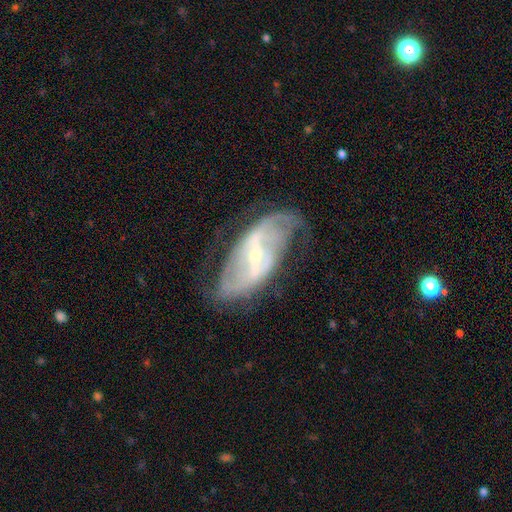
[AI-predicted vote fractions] A featured or disk galaxy (85%) with a strong bar (53%), 2 (74%) medium (41%) spiral arms (90%) and a small central bulge (68%).

Vote fractions:
- Smooth or featured? featured or disk: 85% / smooth: 8% / star or artifact: 6%
- Edge-on disk? no: 93% / yes: 7%
- Bar? strong: 53% / weak: 37% / no: 11%
- Spiral arms? yes: 90% / no: 10%
- Spiral winding? medium: 41% / loose: 38% / tight: 21%
- Spiral arm count? 2: 74% / can't tell: 15% / 3: 4% / 1: 3% / 4: 2% / more than 4: 2%
- Bulge size? small: 68% / moderate: 25% / none: 3% / large: 2% / dominant: 1%
- Merging? none: 62% / minor disturbance: 21% / major disturbance: 15% / merger: 2%